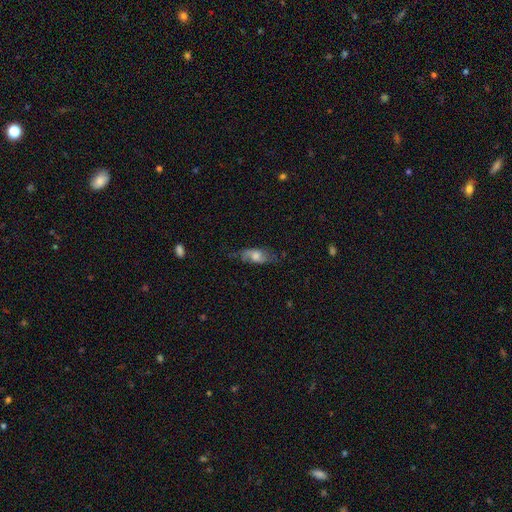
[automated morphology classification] smooth-or-featured: smooth: 50% | featured or disk: 43% | star or artifact: 8%
  merging: none: 61% | minor disturbance: 27% | major disturbance: 11% | merger: 2%